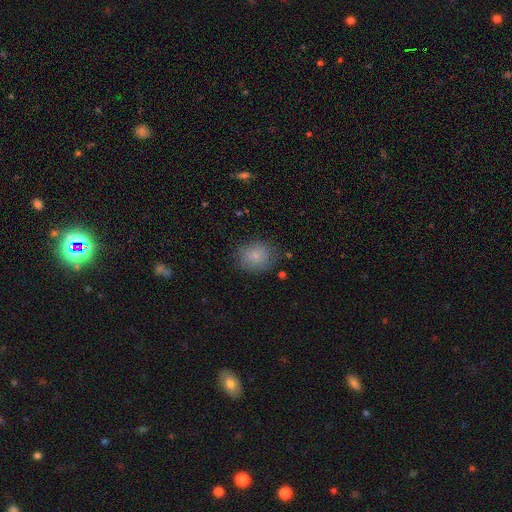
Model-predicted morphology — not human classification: The model was most divided on "how rounded": round: 67%, in between: 32%, cigar-shaped: 1%. More confident: smooth or featured — smooth (81%); merging — none (78%).